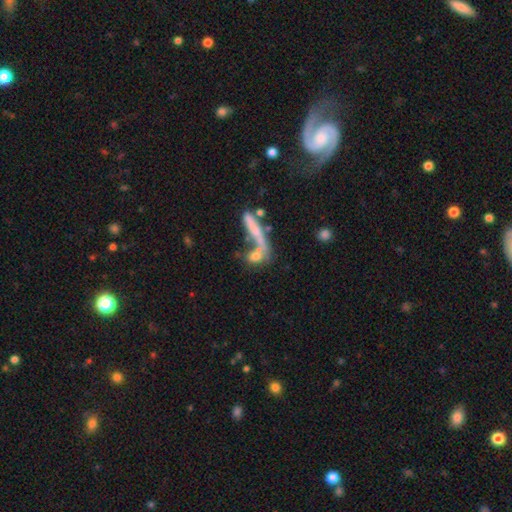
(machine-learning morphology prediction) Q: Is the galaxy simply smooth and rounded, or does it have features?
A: smooth — 63%.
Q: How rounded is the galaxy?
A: cigar-shaped — 43%.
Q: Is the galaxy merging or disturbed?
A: merger — 44%.